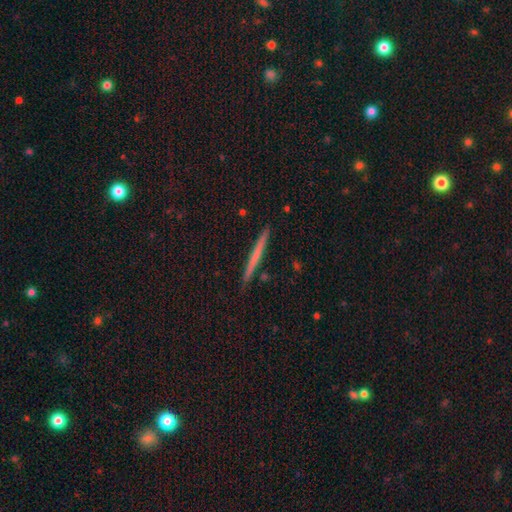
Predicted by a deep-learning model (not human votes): This is possibly a smooth galaxy (52%). How rounded: clearly cigar-shaped (96%). Merging: clearly none (91%).